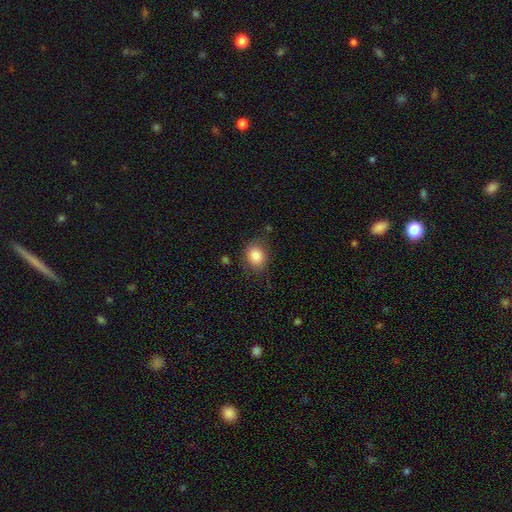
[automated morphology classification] This appears to be a smooth galaxy with no disk features (85%) that is in between round and cigar-shaped (51%). Merging: none (75%).